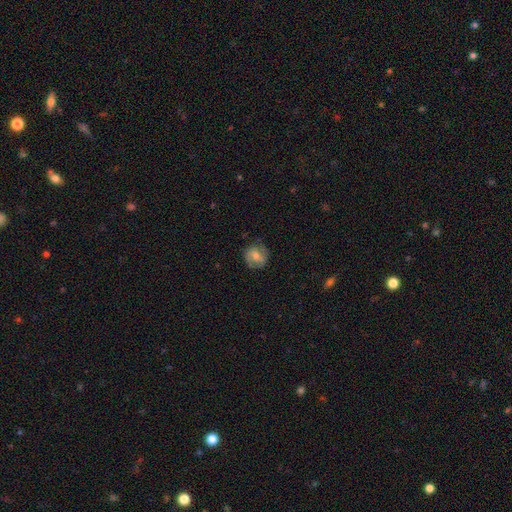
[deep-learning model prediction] smooth 46%, featured or disk 45%, star or artifact 8%. Down the decision tree: merging — none (76%).